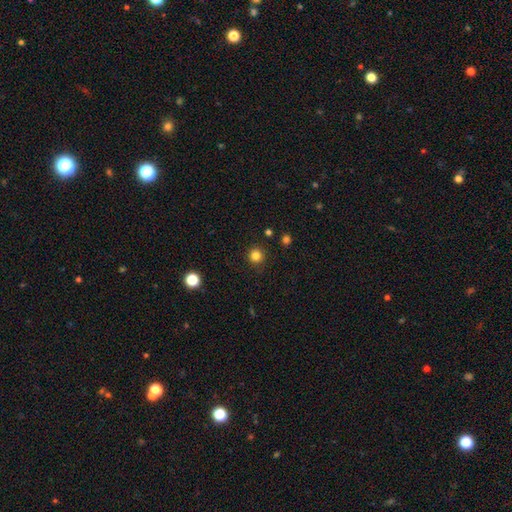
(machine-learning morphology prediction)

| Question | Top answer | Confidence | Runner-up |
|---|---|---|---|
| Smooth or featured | smooth | 83% | star or artifact (13%) |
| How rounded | round | 95% | in between (4%) |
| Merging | none | 91% | minor disturbance (6%) |